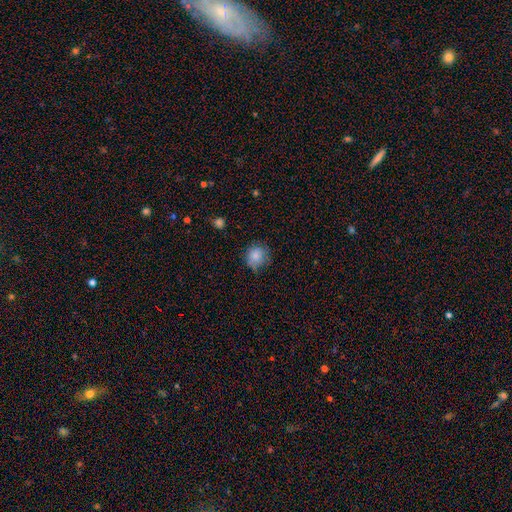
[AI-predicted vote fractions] The model was most divided on "merging": none: 69%, minor disturbance: 24%, major disturbance: 6%, merger: 2%. More confident: how rounded — round (84%); smooth or featured — smooth (82%).